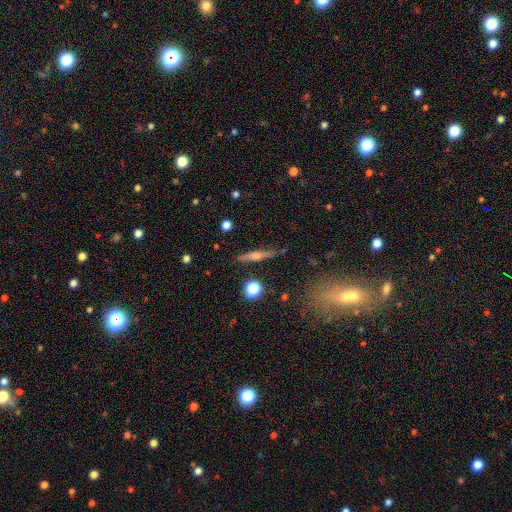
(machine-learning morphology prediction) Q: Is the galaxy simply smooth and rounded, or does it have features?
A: featured or disk — 67%.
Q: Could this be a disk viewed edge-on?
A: yes — 96%.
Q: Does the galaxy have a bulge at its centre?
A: rounded — 87%.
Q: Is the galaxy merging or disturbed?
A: none — 87%.